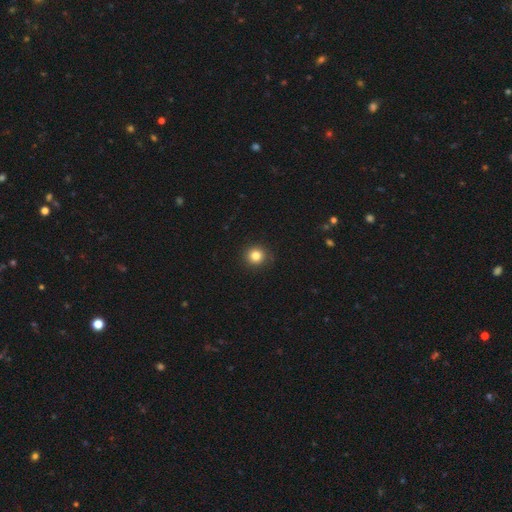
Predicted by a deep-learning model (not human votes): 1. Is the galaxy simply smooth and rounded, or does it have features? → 83% smooth, 12% star or artifact, 5% featured or disk.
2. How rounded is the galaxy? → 93% round, 6% in between, 1% cigar-shaped.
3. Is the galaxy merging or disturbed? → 90% none, 7% minor disturbance, 2% major disturbance, 1% merger.